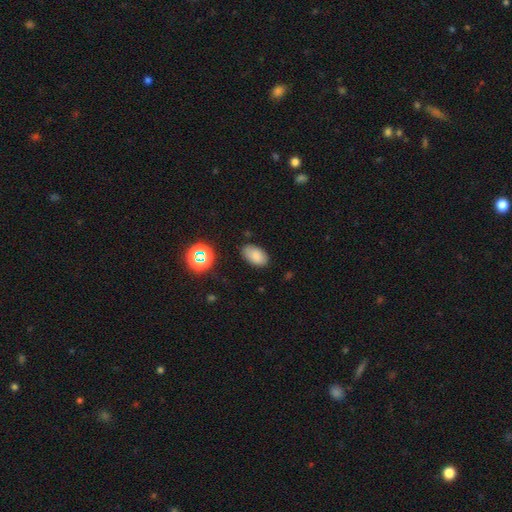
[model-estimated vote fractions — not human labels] Smooth or featured?
  - smooth: 80% *
  - star or artifact: 12%
  - featured or disk: 8%
How rounded?
  - in between: 92% *
  - round: 7%
  - cigar-shaped: 1%
Merging?
  - none: 80% *
  - minor disturbance: 15%
  - major disturbance: 3%
  - merger: 2%